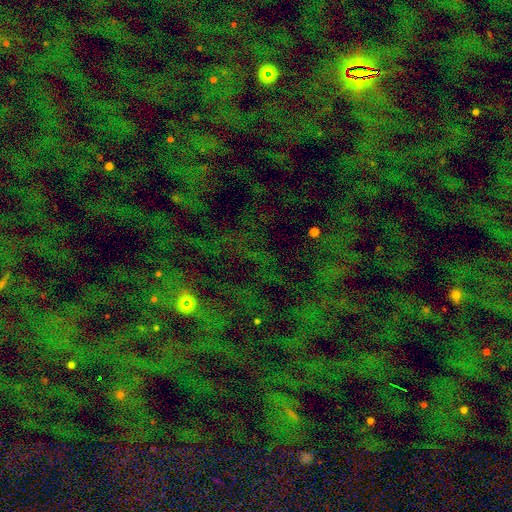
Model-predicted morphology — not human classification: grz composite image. It shows a star or artifact, not a galaxy (70%).